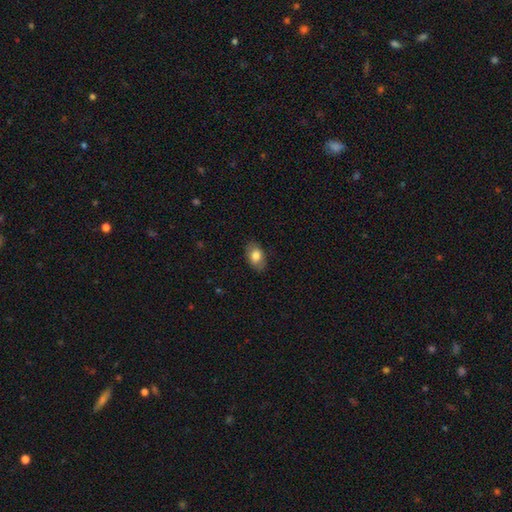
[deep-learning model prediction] Overall: smooth (79%). How rounded: in between (90%). Merging: none (85%).